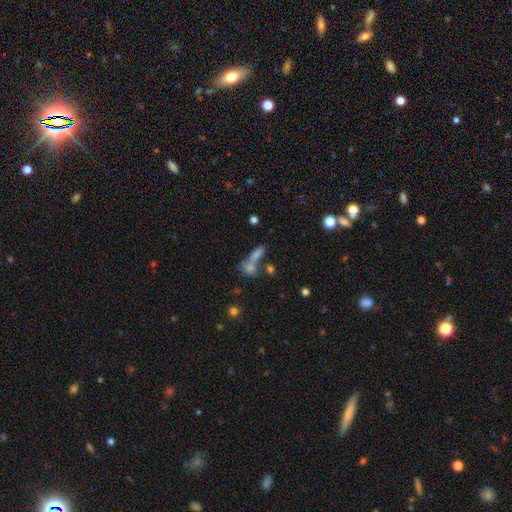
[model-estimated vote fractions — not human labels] This is possibly a smooth galaxy (58%). How rounded: possibly in between (51%). Merging: possibly merger (47%).